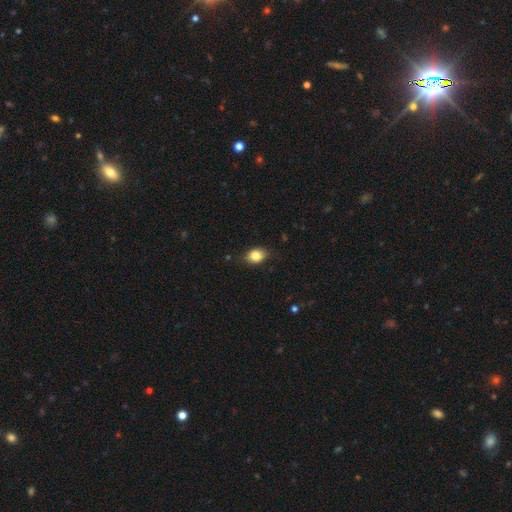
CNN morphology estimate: A smooth galaxy with no disk features (84%) that is in between round and cigar-shaped (67%).

Vote fractions:
- Smooth or featured? smooth: 84% / star or artifact: 9% / featured or disk: 8%
- How rounded? in between: 67% / round: 32% / cigar-shaped: 1%
- Merging? none: 81% / minor disturbance: 15% / major disturbance: 3% / merger: 1%